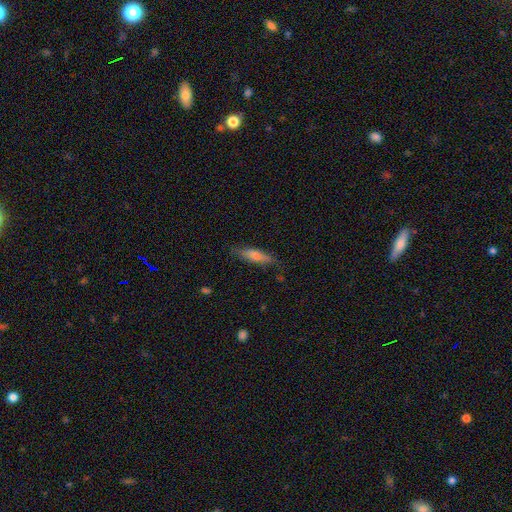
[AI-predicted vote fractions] The model was most divided on "smooth or featured": smooth: 54%, featured or disk: 38%, star or artifact: 8%. More confident: merging — none (82%); how rounded — cigar-shaped (77%).